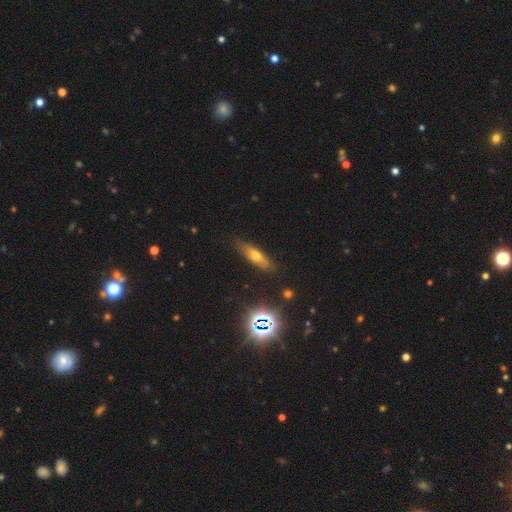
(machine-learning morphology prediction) A smooth galaxy with no disk features (48%). Merging: none (81%).